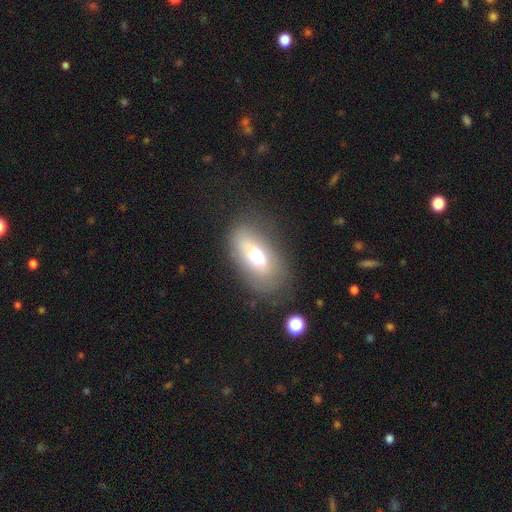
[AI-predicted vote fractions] The model was most divided on "smooth or featured": smooth: 62%, featured or disk: 29%, star or artifact: 9%. More confident: how rounded — in between (87%); merging — none (71%).